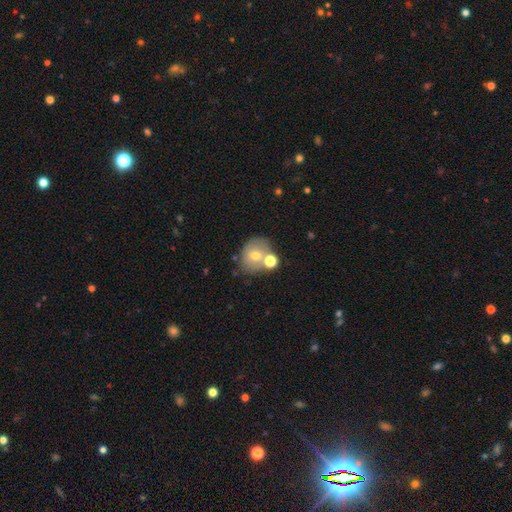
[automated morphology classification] smooth_or_featured: smooth (p=0.64) [alt: featured or disk p=0.25]
how_rounded: round (p=0.65) [alt: in between p=0.35]
merging: none (p=0.54) [alt: merger p=0.28]